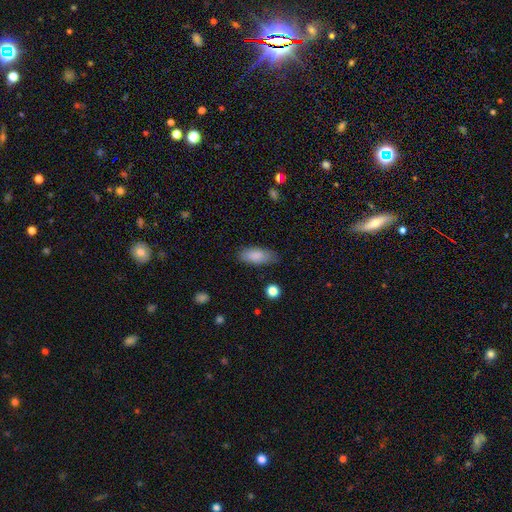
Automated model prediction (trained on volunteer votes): smooth 84%, featured or disk 9%, star or artifact 7%. Down the decision tree: how rounded — in between (79%); merging — none (77%).